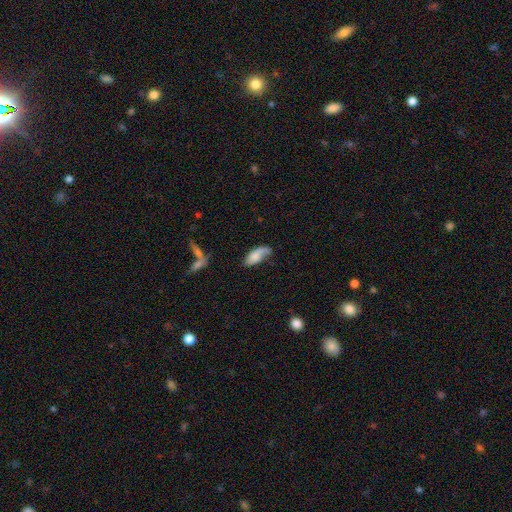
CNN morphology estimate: This appears to be a smooth galaxy with no disk features (59%) that is in between round and cigar-shaped (85%). Merging: none (42%).